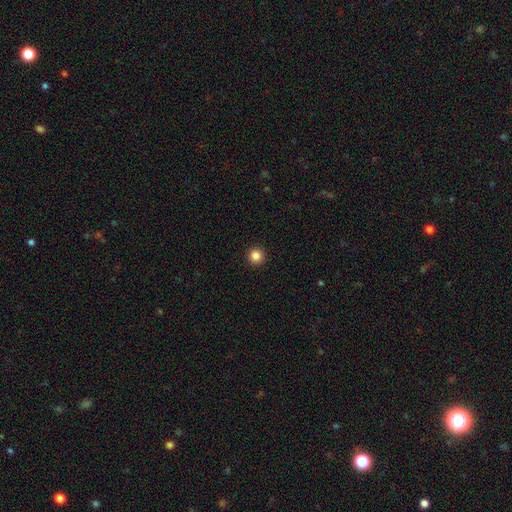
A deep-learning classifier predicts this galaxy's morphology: Smooth or featured? Predicted: smooth (p=0.86). How rounded? Predicted: round (p=0.96). Merging? Predicted: none (p=0.94).